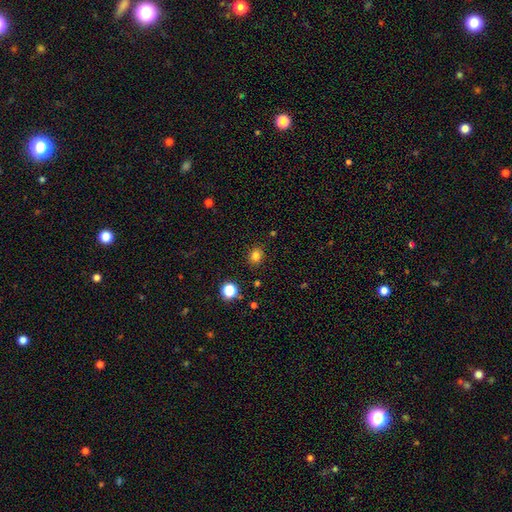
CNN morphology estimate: The model was most divided on "how rounded": round: 71%, in between: 28%, cigar-shaped: 1%. More confident: merging — none (88%); smooth or featured — smooth (80%).